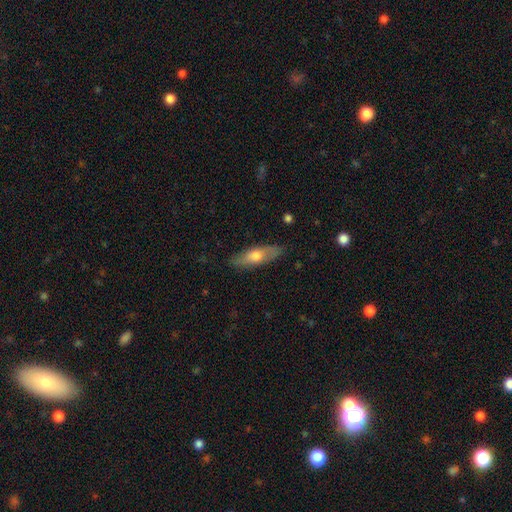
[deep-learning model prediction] Morphology: type=smooth (60%); roundness=in between (49%); merging=none (86%).